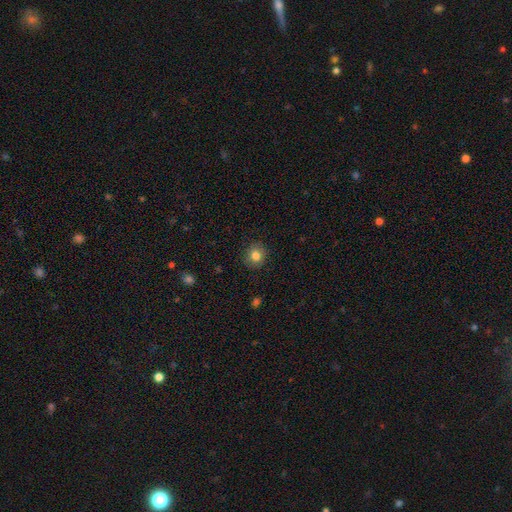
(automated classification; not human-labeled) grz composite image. It shows a smooth galaxy with no disk features (81%) that is round (78%). Merging: none (88%).